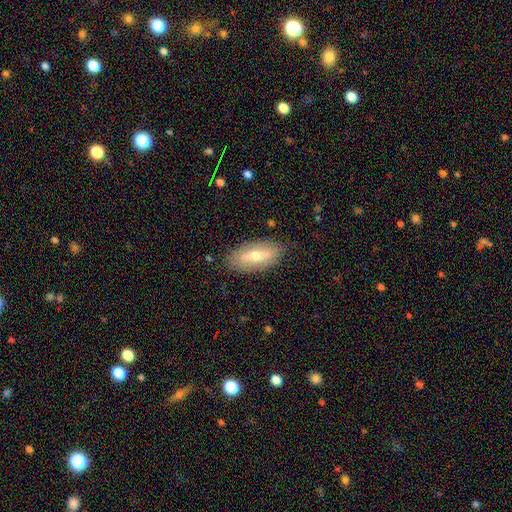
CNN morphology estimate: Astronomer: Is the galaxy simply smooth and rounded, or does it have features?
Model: smooth — 56% (runner-up: featured or disk, 37%).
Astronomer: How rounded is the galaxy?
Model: in between — 84%.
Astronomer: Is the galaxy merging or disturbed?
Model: none — 85%.